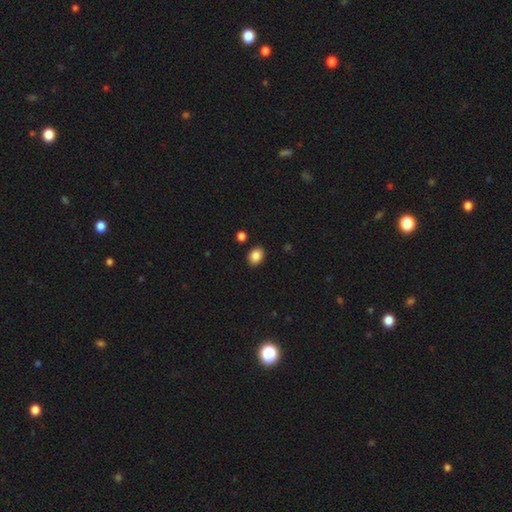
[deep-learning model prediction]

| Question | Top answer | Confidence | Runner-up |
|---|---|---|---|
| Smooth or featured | smooth | 86% | star or artifact (9%) |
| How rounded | in between | 54% | round (45%) |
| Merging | none | 88% | minor disturbance (8%) |